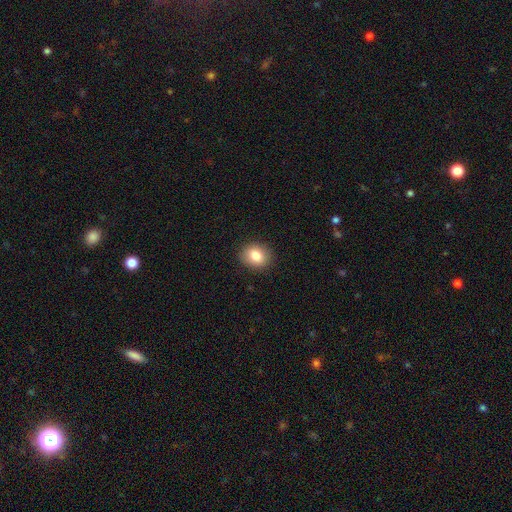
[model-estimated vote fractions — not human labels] A smooth galaxy with no disk features (83%) that is round (60%).

Vote fractions:
- Smooth or featured? smooth: 83% / star or artifact: 9% / featured or disk: 8%
- How rounded? round: 60% / in between: 39% / cigar-shaped: 1%
- Merging? none: 89% / minor disturbance: 8% / major disturbance: 2% / merger: 1%